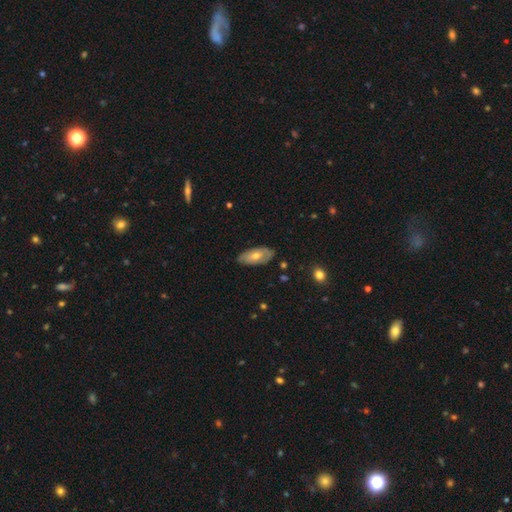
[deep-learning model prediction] This is possibly a smooth galaxy (48%). Merging: likely none (77%).